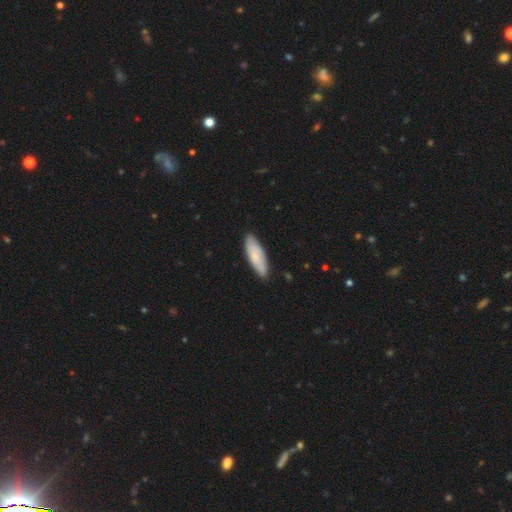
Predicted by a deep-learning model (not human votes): smooth_or_featured: smooth (p=0.72) [alt: featured or disk p=0.23]
how_rounded: in between (p=0.59) [alt: cigar-shaped p=0.39]
merging: none (p=0.85) [alt: minor disturbance p=0.12]